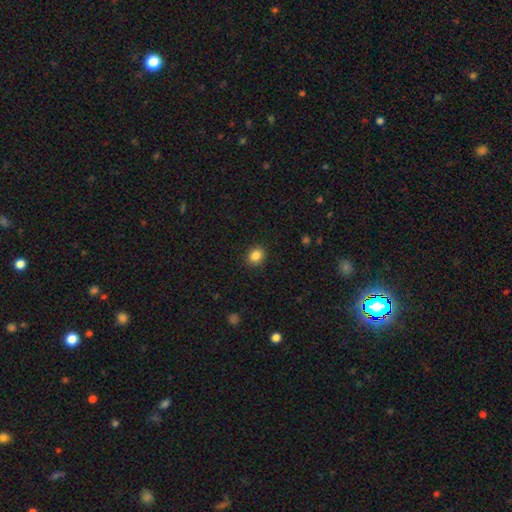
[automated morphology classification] Smooth or featured: smooth — 85% (star or artifact — 10%)
How rounded: round — 62% (in between — 37%)
Merging: none — 89% (minor disturbance — 7%)